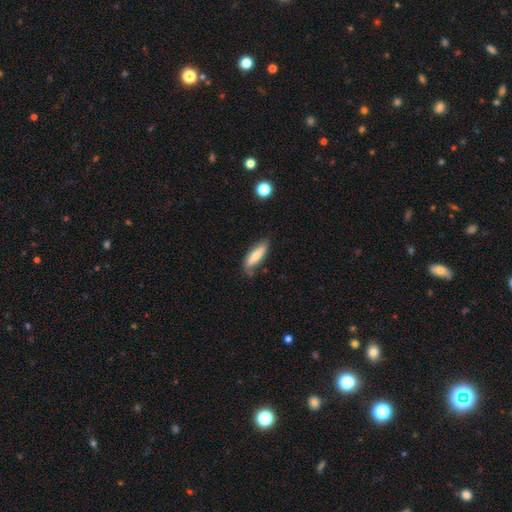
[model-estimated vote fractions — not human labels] Overall: smooth (69%). How rounded: in between (49%, tied with cigar-shaped). Merging: none (67%).